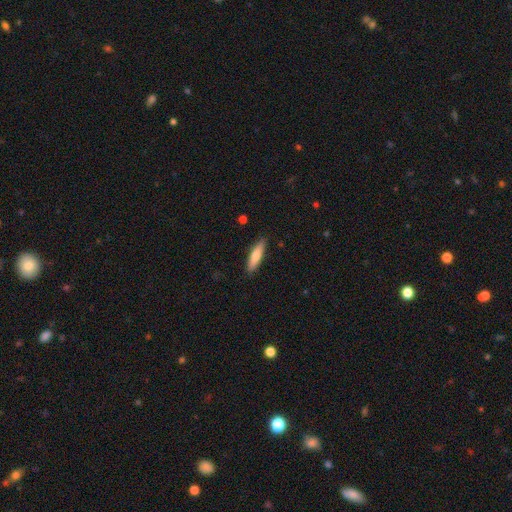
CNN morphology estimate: Q: Smooth or featured?
A: smooth (72%); runner-up: featured or disk (22%)
Q: How rounded?
A: cigar-shaped (76%); runner-up: in between (22%)
Q: Merging?
A: none (89%); runner-up: minor disturbance (8%)